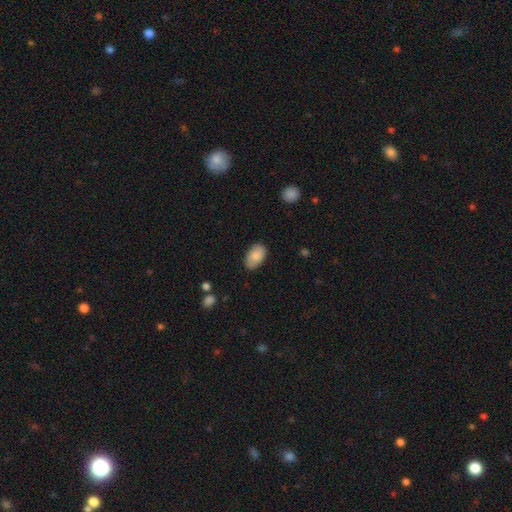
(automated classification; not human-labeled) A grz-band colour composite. It shows a smooth galaxy with no disk features (84%) that is in between round and cigar-shaped (92%). Merging: none (82%).